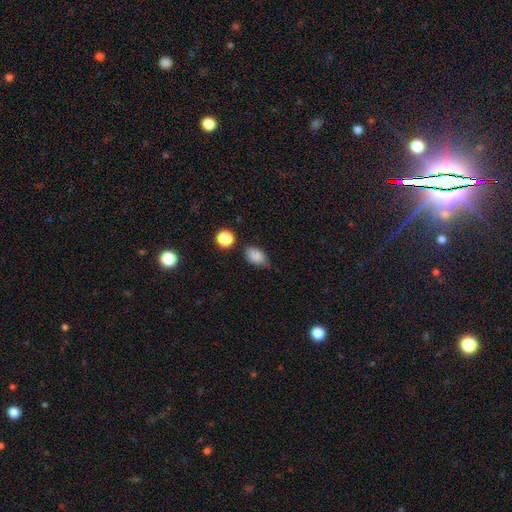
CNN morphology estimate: Smooth or featured? Predicted: smooth (p=0.83). How rounded? Predicted: in between (p=0.87). Merging? Predicted: none (p=0.68).